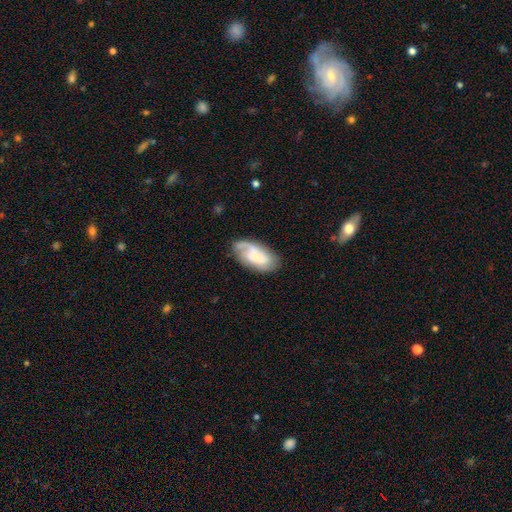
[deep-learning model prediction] A featured or disk galaxy (52%). Merging: none (63%).